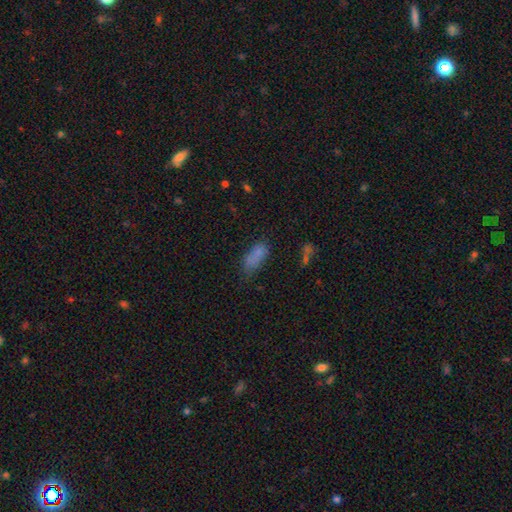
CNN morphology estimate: smooth_or_featured: smooth (p=0.75) [alt: star or artifact p=0.13]
how_rounded: in between (p=0.82) [alt: cigar-shaped p=0.14]
merging: none (p=0.45) [alt: minor disturbance p=0.26]